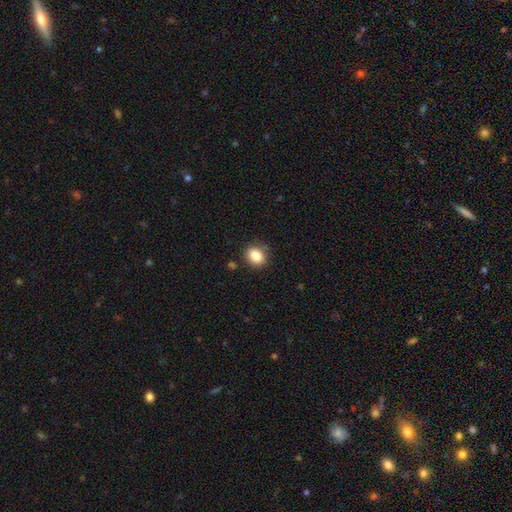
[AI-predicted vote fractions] This is clearly a smooth galaxy (85%). How rounded: possibly round (59%). Merging: clearly none (85%).